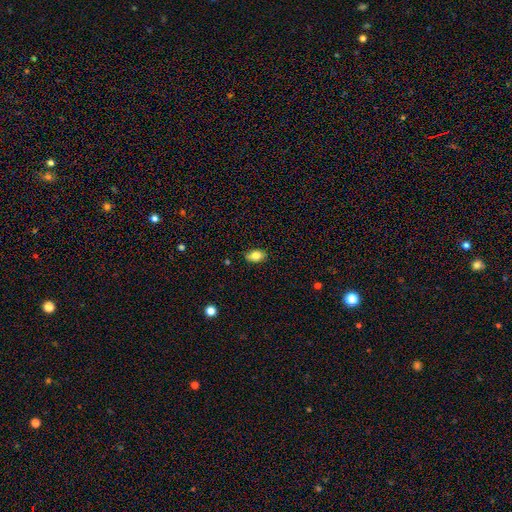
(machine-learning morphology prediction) Overall: smooth (82%). How rounded: in between (88%). Merging: none (85%).